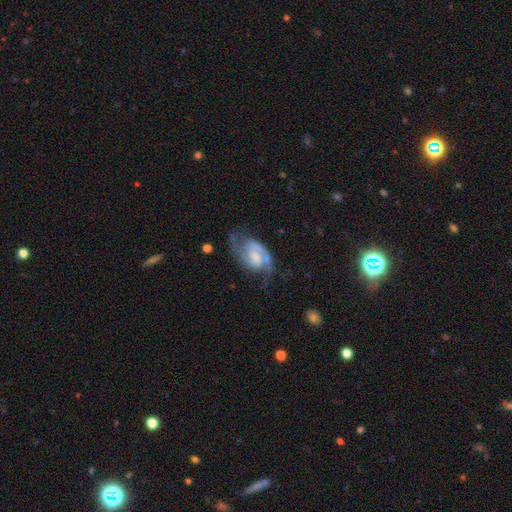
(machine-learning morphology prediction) smooth-or-featured: featured or disk: 83% | smooth: 11% | star or artifact: 6%
  disk-edge-on: no: 97% | yes: 3%
    bar: weak: 48% | no: 40% | strong: 11%
    has-spiral-arms: yes: 95% | no: 5%
      spiral-winding: medium: 52% | tight: 29% | loose: 18%
      spiral-arm-count: 2: 80% | 1: 9% | can't tell: 6% | 3: 2% | 4: 1% | more than 4: 1%
    bulge-size: small: 34% | moderate: 31% | none: 25% | large: 9% | dominant: 2%
  merging: none: 58% | minor disturbance: 23% | major disturbance: 16% | merger: 2%